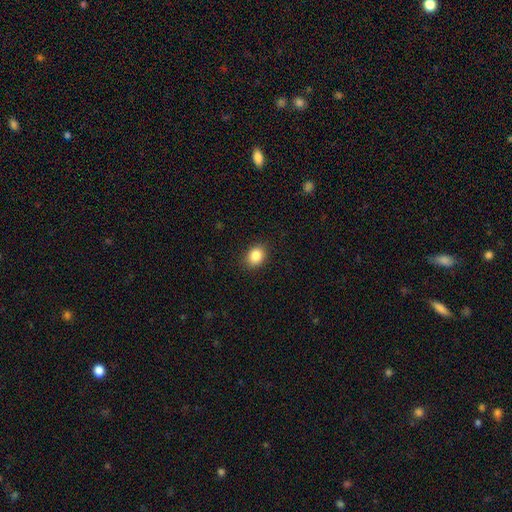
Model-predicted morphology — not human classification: This is clearly a smooth galaxy (85%). How rounded: possibly in between (51%). Merging: clearly none (89%).